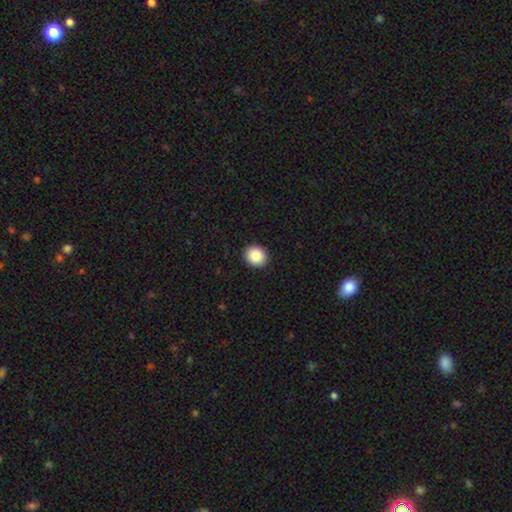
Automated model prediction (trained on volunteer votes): Smooth or featured? Predicted: smooth (p=0.88). How rounded? Predicted: round (p=0.78). Merging? Predicted: none (p=0.92).